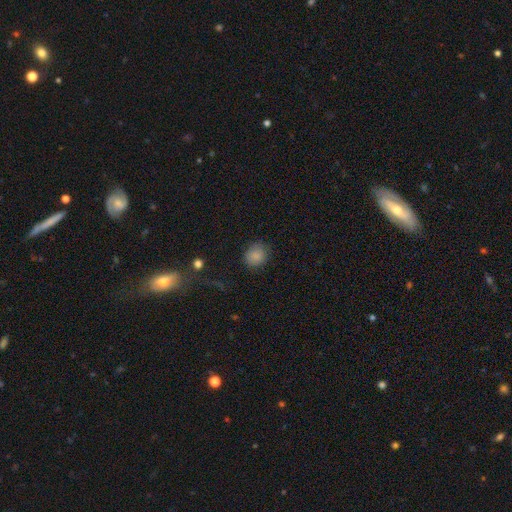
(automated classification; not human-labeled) smooth-or-featured: smooth: 85% | star or artifact: 10% | featured or disk: 5%
  how-rounded: round: 72% | in between: 27% | cigar-shaped: 1%
  merging: none: 82% | minor disturbance: 13% | major disturbance: 4% | merger: 1%